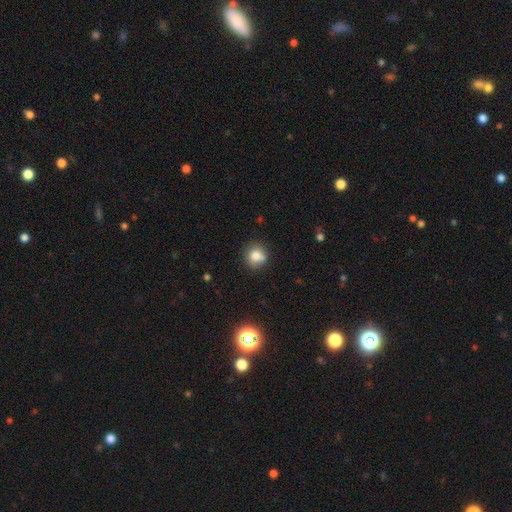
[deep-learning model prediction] Q: Smooth or featured?
A: smooth (77%); runner-up: featured or disk (12%)
Q: How rounded?
A: round (86%); runner-up: in between (13%)
Q: Merging?
A: none (67%); runner-up: minor disturbance (16%)